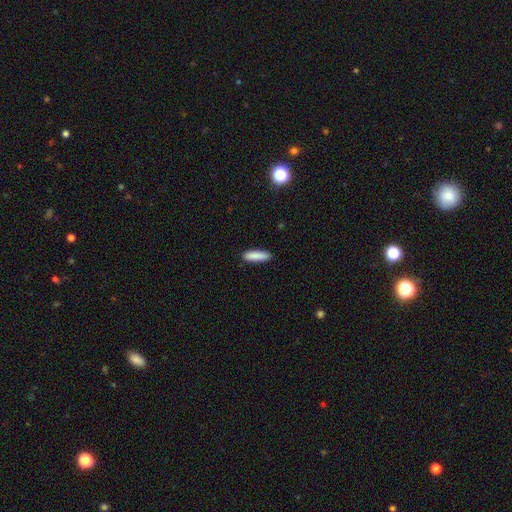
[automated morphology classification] Smooth or featured: smooth — 88% (star or artifact — 6%)
How rounded: cigar-shaped — 70% (in between — 29%)
Merging: none — 89% (minor disturbance — 8%)